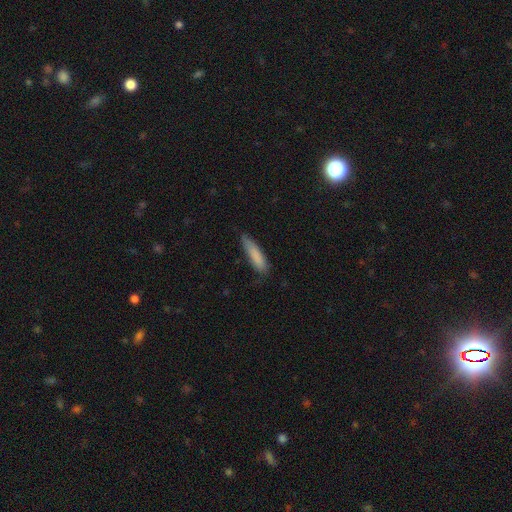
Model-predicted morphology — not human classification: type=smooth (83%); roundness=cigar-shaped (78%); merging=none (67%).